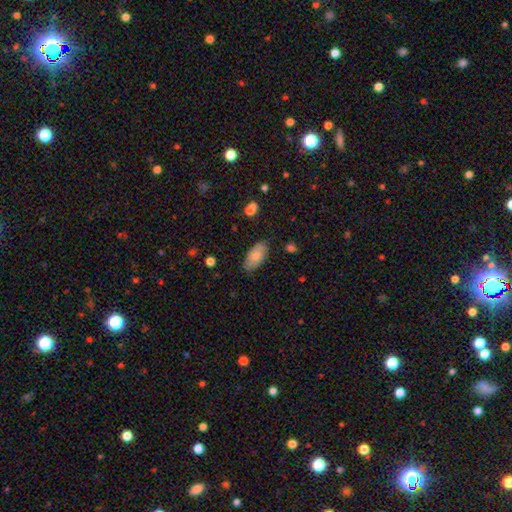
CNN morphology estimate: Smooth or featured? smooth (74%)
How rounded? in between (93%)
Merging? none (81%)